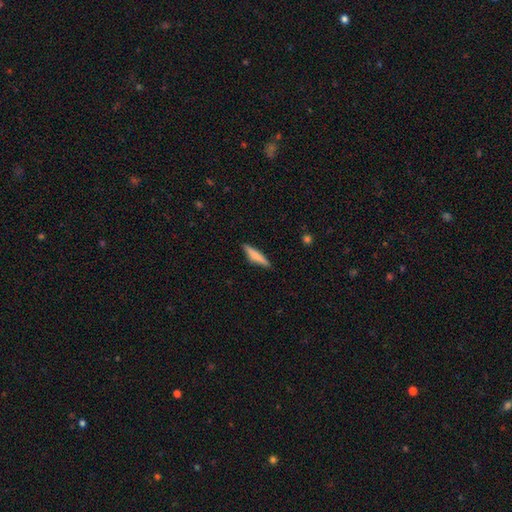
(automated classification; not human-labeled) Smooth or featured?
  - smooth: 68% *
  - featured or disk: 26%
  - star or artifact: 6%
How rounded?
  - cigar-shaped: 86% *
  - in between: 12%
  - round: 2%
Merging?
  - none: 88% *
  - minor disturbance: 9%
  - major disturbance: 2%
  - merger: 1%